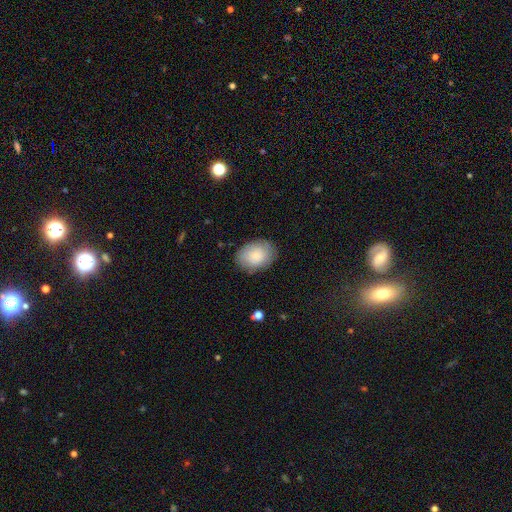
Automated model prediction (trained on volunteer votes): Smooth or featured?
  - smooth: 80% *
  - featured or disk: 13%
  - star or artifact: 7%
How rounded?
  - in between: 73% *
  - round: 26%
  - cigar-shaped: 1%
Merging?
  - none: 80% *
  - minor disturbance: 15%
  - major disturbance: 4%
  - merger: 1%